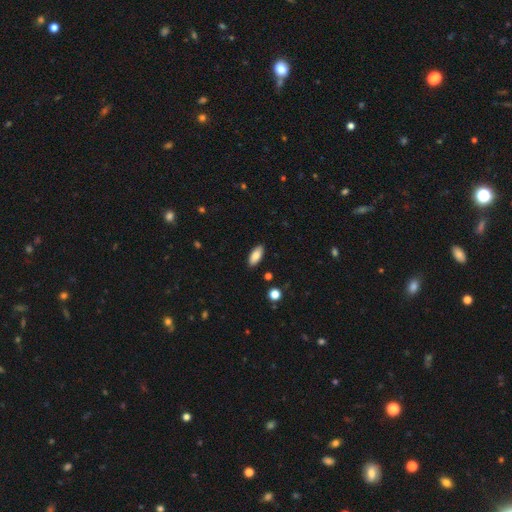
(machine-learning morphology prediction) Smooth or featured: smooth — 85% (featured or disk — 8%)
How rounded: in between — 86% (cigar-shaped — 12%)
Merging: none — 89% (minor disturbance — 8%)